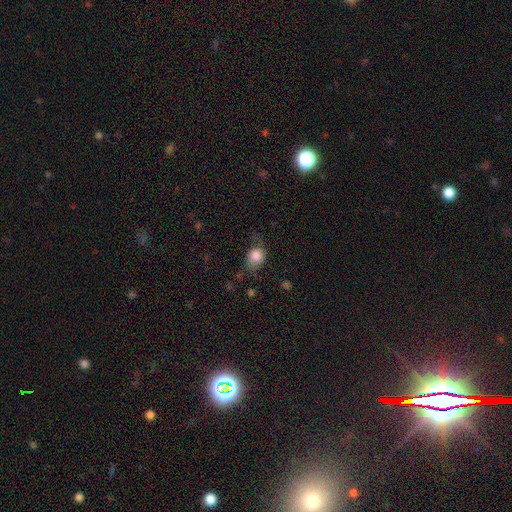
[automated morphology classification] A smooth galaxy with no disk features (75%) that is round (53%).

Vote fractions:
- Smooth or featured? smooth: 75% / featured or disk: 16% / star or artifact: 9%
- How rounded? round: 53% / in between: 45% / cigar-shaped: 1%
- Merging? none: 52% / minor disturbance: 29% / major disturbance: 17% / merger: 2%